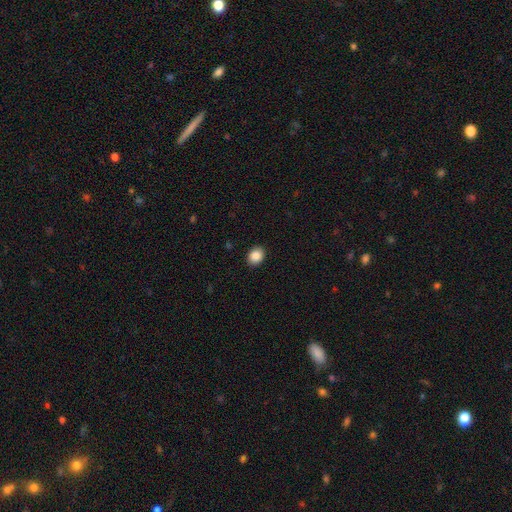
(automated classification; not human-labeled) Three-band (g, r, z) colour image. It shows a smooth galaxy with no disk features (88%) that is round (55%). Merging: none (91%).